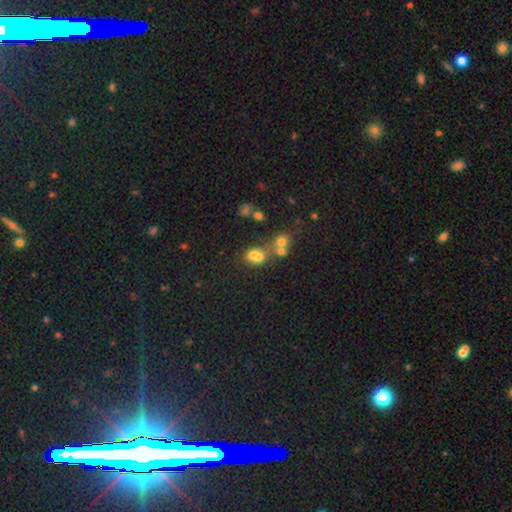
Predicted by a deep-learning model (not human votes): Overall: smooth (64%). How rounded: in between (49%, tied with round). Merging: merger (53%; none 30%).